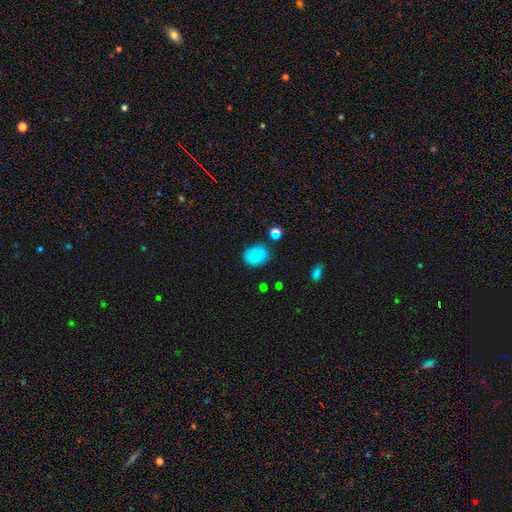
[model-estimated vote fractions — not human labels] smooth 82%, star or artifact 11%, featured or disk 7%. Down the decision tree: how rounded — in between (63%); merging — none (72%).